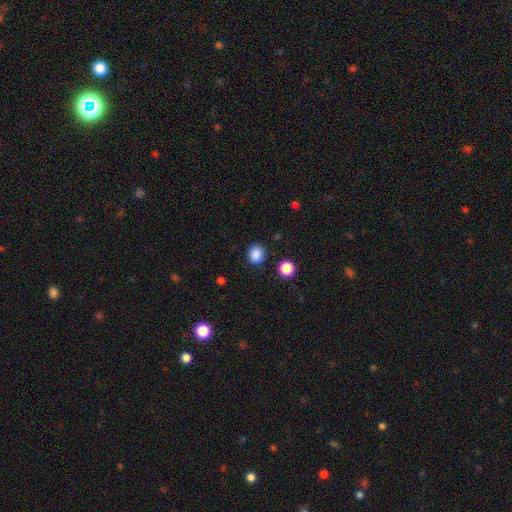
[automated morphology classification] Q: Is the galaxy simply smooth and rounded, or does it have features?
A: smooth — 87%.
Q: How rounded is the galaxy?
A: round — 80%.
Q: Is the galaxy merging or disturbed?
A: none — 88%.